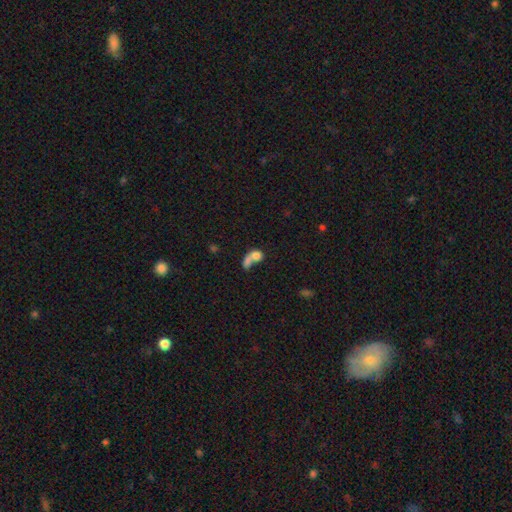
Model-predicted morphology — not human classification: Smooth or featured: smooth — 67% (featured or disk — 19%)
How rounded: in between — 51% (round — 45%)
Merging: merger — 61% (none — 20%)